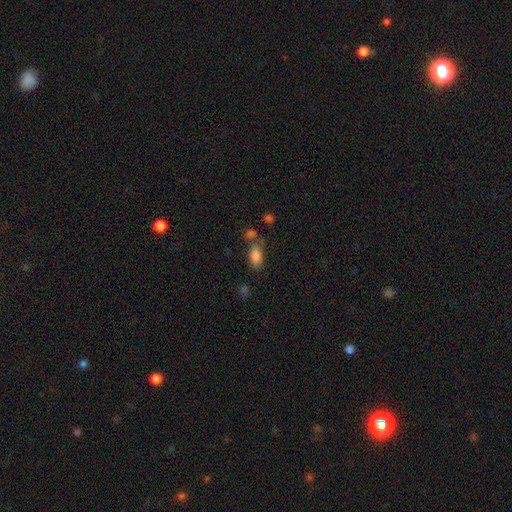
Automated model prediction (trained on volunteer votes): Q: Smooth or featured?
A: smooth (84%); runner-up: star or artifact (9%)
Q: How rounded?
A: in between (90%); runner-up: cigar-shaped (5%)
Q: Merging?
A: none (56%); runner-up: merger (21%)